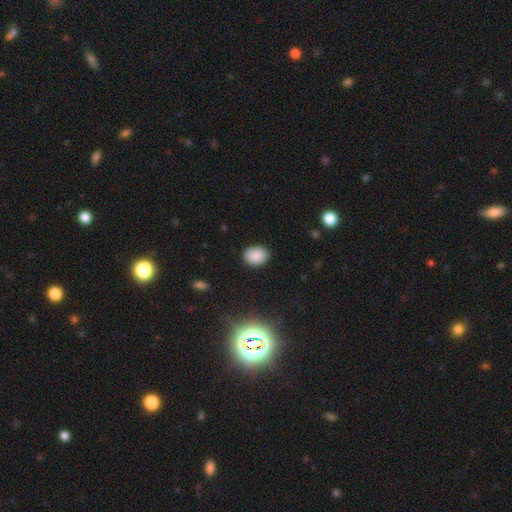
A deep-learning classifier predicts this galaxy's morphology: Smooth or featured?
  - smooth: 87% *
  - star or artifact: 9%
  - featured or disk: 4%
How rounded?
  - in between: 65% *
  - round: 34%
  - cigar-shaped: 1%
Merging?
  - none: 87% *
  - minor disturbance: 10%
  - major disturbance: 2%
  - merger: 1%